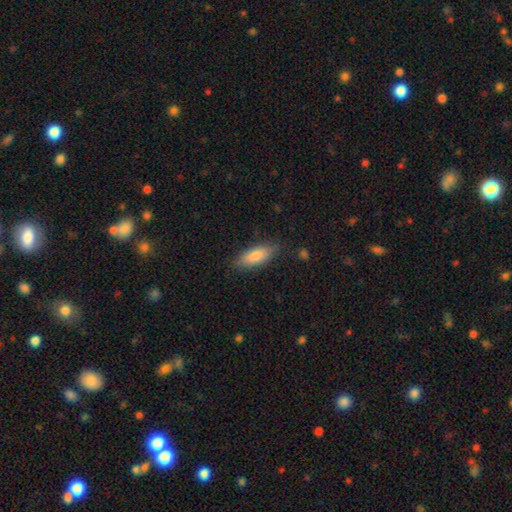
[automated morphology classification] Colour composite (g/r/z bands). It shows a smooth galaxy with no disk features (79%) that is in between round and cigar-shaped (65%). Merging: none (83%).